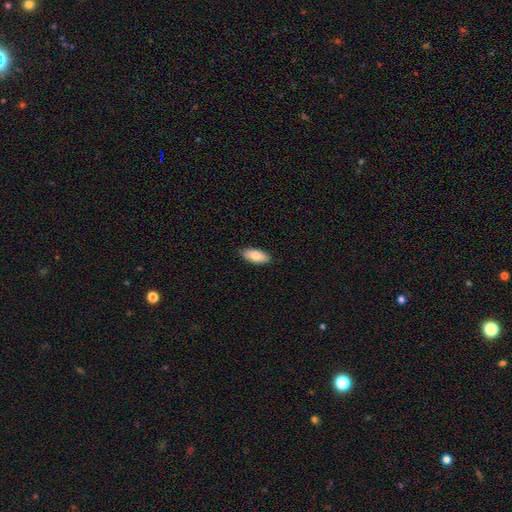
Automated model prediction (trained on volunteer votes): A smooth galaxy with no disk features (82%) that is in between round and cigar-shaped (86%).

Vote fractions:
- Smooth or featured? smooth: 82% / featured or disk: 12% / star or artifact: 6%
- How rounded? in between: 86% / cigar-shaped: 12% / round: 2%
- Merging? none: 89% / minor disturbance: 9% / major disturbance: 2% / merger: 1%